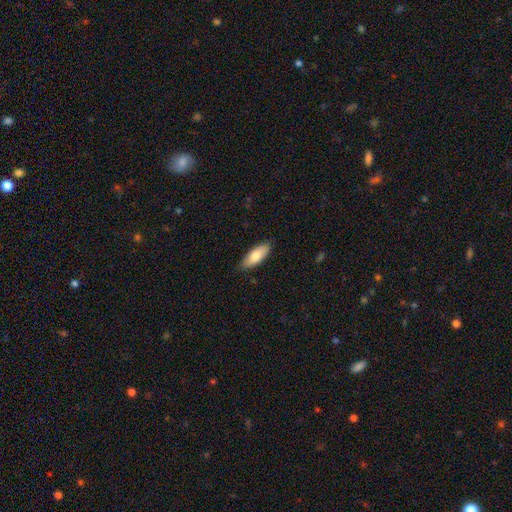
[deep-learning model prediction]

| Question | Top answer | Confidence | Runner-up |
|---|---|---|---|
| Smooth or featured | smooth | 78% | featured or disk (16%) |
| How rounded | in between | 71% | cigar-shaped (27%) |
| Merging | none | 86% | minor disturbance (11%) |